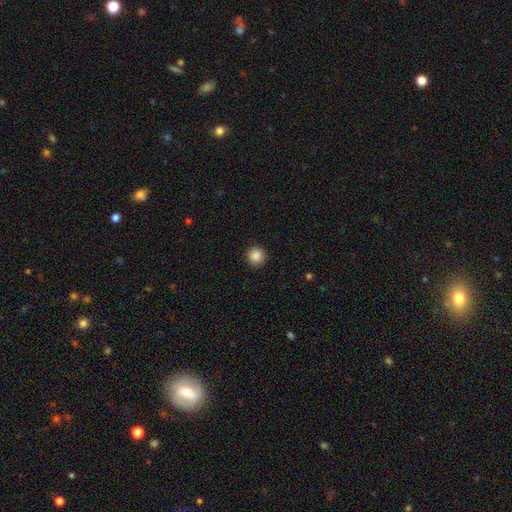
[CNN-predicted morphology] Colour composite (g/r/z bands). It shows a smooth galaxy with no disk features (88%) that is round (96%). Merging: none (92%).